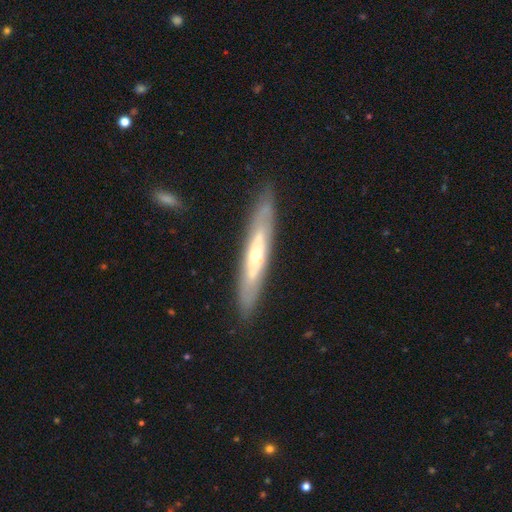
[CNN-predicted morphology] A featured or disk galaxy (68%) viewed edge-on (64%). Merging: none (83%).